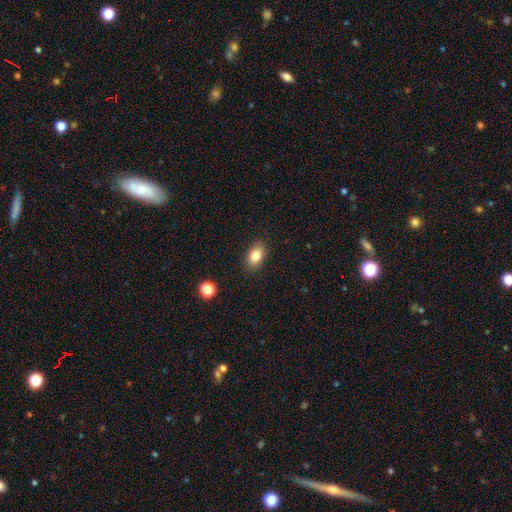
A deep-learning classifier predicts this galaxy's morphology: Smooth or featured? Predicted: smooth (p=0.83). How rounded? Predicted: in between (p=0.87). Merging? Predicted: none (p=0.88).